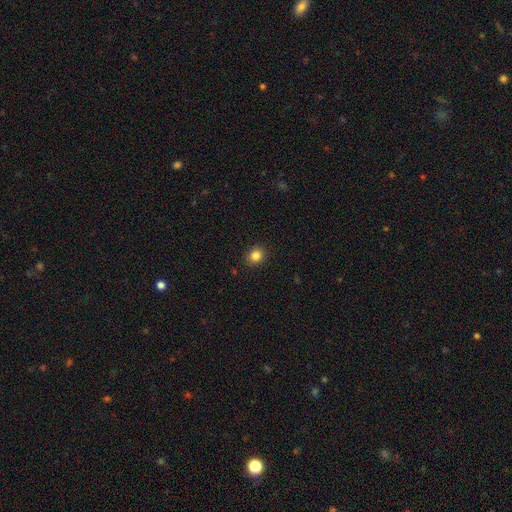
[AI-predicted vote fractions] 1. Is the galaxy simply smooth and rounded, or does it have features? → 84% smooth, 11% star or artifact, 5% featured or disk.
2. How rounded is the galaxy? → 72% round, 27% in between, 1% cigar-shaped.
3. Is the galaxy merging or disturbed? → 90% none, 7% minor disturbance, 2% major disturbance, 1% merger.